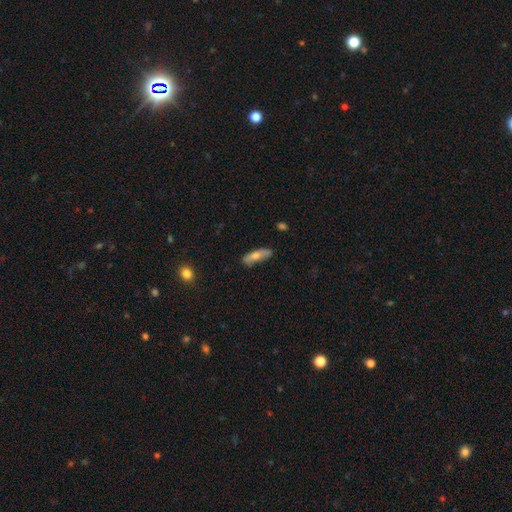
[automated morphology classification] type=smooth (61%); roundness=in between (49%); merging=none (76%).